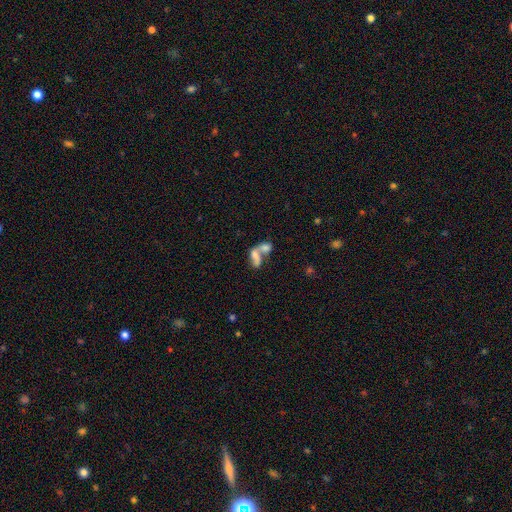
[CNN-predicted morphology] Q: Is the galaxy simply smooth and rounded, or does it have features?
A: smooth — 60%.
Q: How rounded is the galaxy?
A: in between — 80%.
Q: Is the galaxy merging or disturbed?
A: merger — 76%.